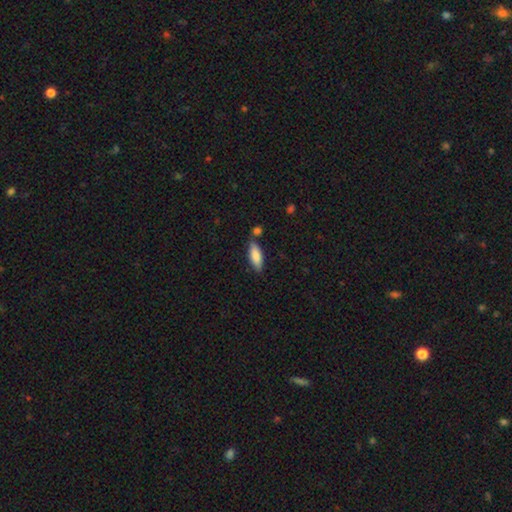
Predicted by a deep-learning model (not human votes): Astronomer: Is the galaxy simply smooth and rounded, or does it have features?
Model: smooth — 81%.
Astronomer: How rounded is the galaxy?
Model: in between — 62%.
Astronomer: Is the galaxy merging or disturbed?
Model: none — 72%.